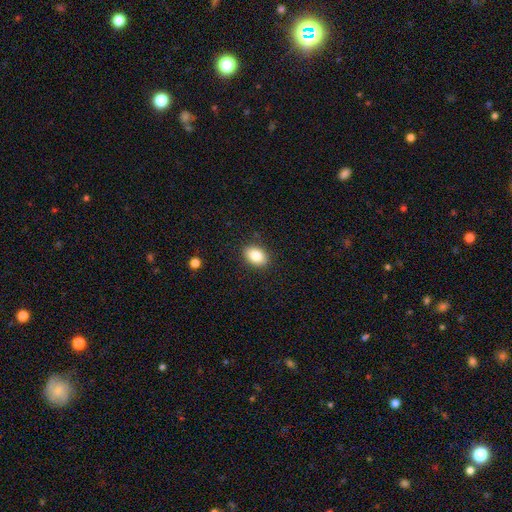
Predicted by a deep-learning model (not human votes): This is clearly a smooth galaxy (85%). How rounded: clearly in between (82%). Merging: clearly none (88%).